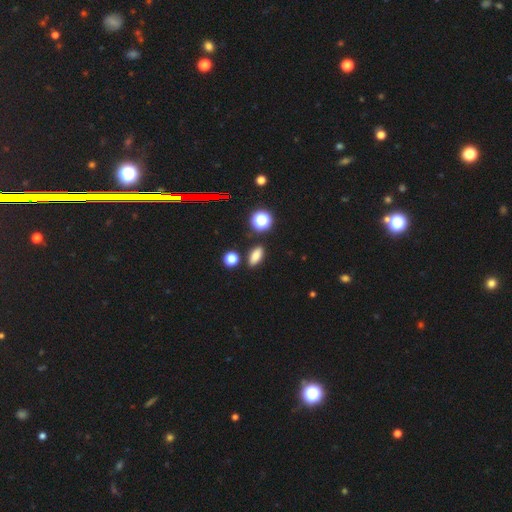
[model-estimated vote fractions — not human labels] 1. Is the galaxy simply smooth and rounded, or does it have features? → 80% smooth, 14% star or artifact, 6% featured or disk.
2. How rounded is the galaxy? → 80% in between, 11% cigar-shaped, 10% round.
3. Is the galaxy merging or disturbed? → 86% none, 8% minor disturbance, 3% merger, 2% major disturbance.